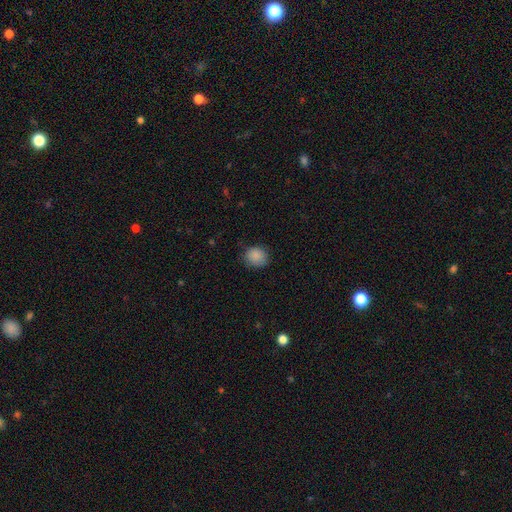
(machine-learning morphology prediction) A smooth galaxy with no disk features (88%) that is round (76%).

Vote fractions:
- Smooth or featured? smooth: 88% / star or artifact: 9% / featured or disk: 4%
- How rounded? round: 76% / in between: 23% / cigar-shaped: 1%
- Merging? none: 78% / minor disturbance: 17% / major disturbance: 4% / merger: 1%